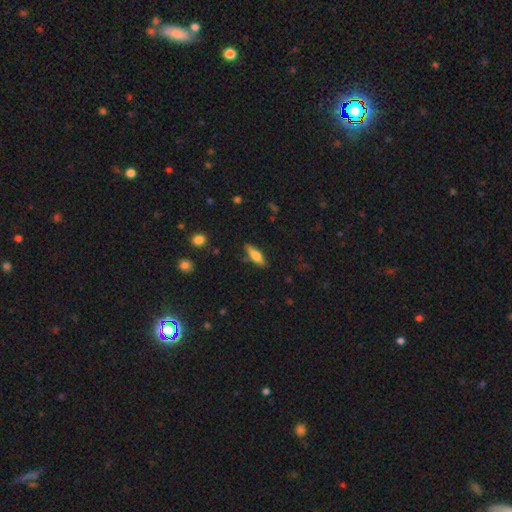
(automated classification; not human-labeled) A smooth galaxy with no disk features (53%) that is cigar-shaped (51%).

Vote fractions:
- Smooth or featured? smooth: 53% / featured or disk: 40% / star or artifact: 7%
- How rounded? cigar-shaped: 51% / in between: 46% / round: 3%
- Merging? none: 82% / minor disturbance: 13% / major disturbance: 3% / merger: 2%